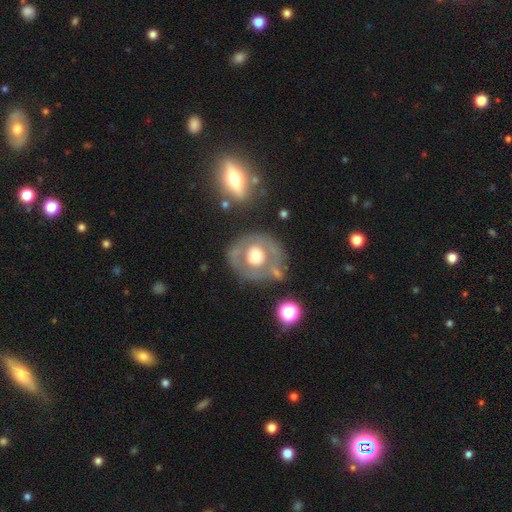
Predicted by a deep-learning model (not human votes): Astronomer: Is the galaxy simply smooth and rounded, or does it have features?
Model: featured or disk — 52% (runner-up: smooth, 41%).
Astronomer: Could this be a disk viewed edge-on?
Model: no — 95%.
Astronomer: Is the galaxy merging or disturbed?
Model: none — 64%.